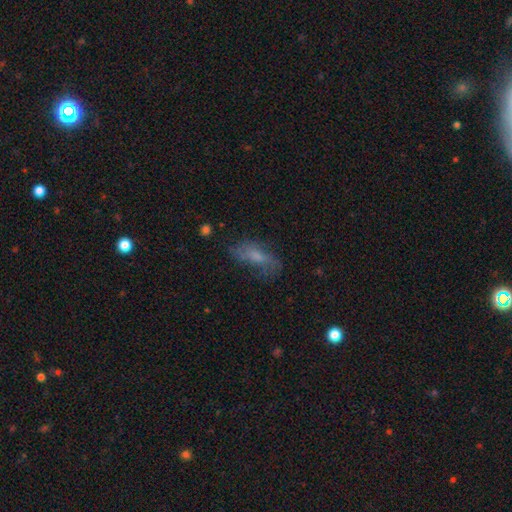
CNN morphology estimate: Smooth or featured? Predicted: smooth (p=0.54). How rounded? Predicted: in between (p=0.74). Merging? Predicted: none (p=0.54).